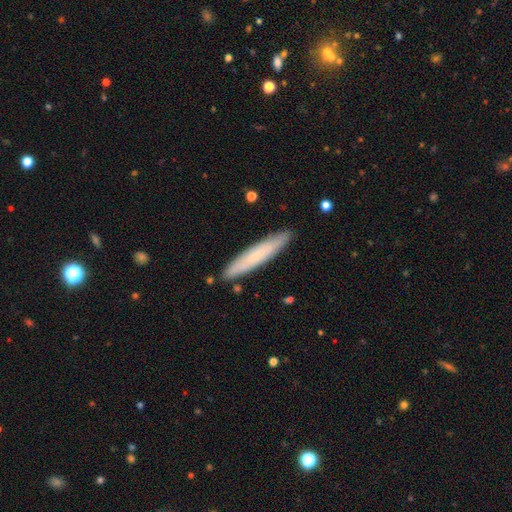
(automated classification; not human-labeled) smooth 67%, featured or disk 27%, star or artifact 6%. Down the decision tree: how rounded — cigar-shaped (92%); merging — none (88%).